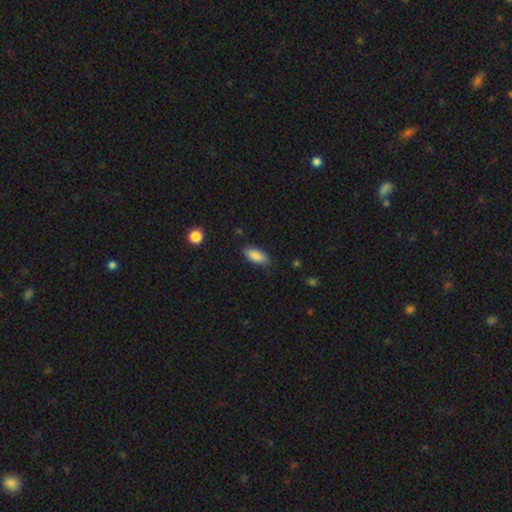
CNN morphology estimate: Smooth or featured? smooth (87%)
How rounded? in between (84%)
Merging? none (83%)